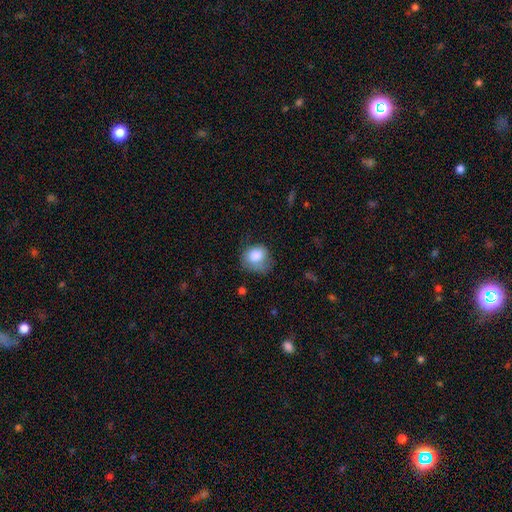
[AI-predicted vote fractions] smooth 82%, featured or disk 10%, star or artifact 8%. Down the decision tree: how rounded — round (67%); merging — none (46%).